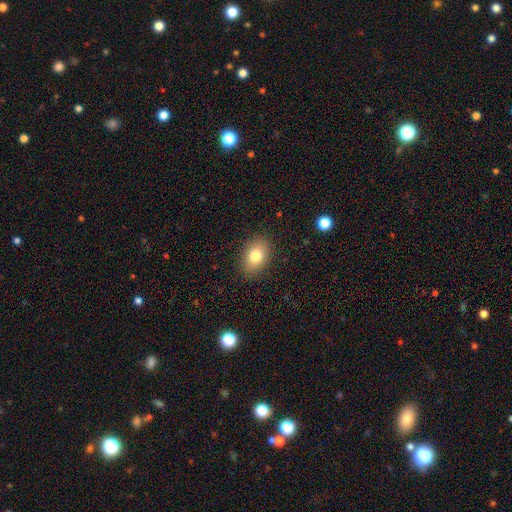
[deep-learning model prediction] Q: Smooth or featured?
A: smooth (80%); runner-up: featured or disk (11%)
Q: How rounded?
A: in between (82%); runner-up: round (17%)
Q: Merging?
A: none (88%); runner-up: minor disturbance (9%)